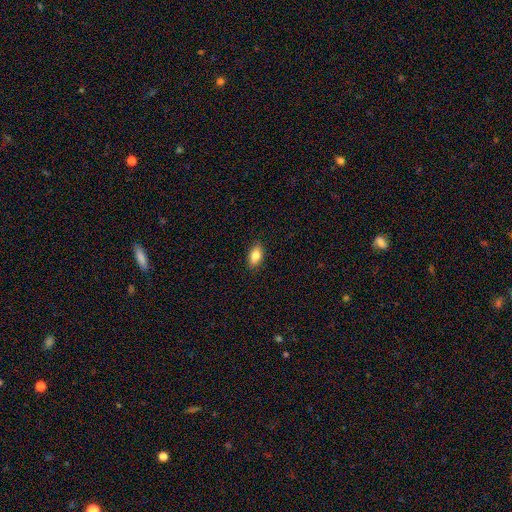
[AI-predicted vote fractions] Morphology: type=smooth (81%); roundness=in between (88%); merging=none (88%).